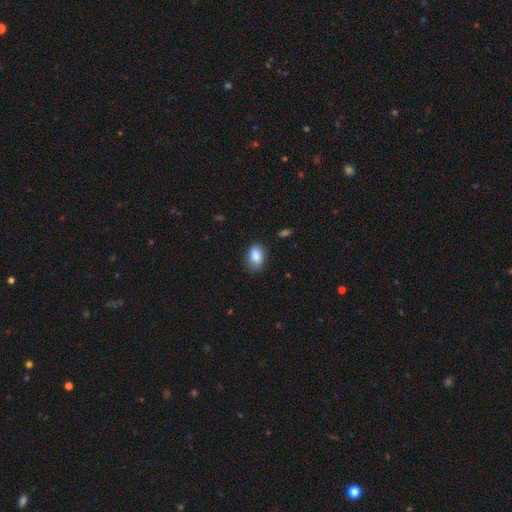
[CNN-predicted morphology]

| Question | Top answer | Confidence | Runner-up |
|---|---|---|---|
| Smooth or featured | smooth | 86% | star or artifact (8%) |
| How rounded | in between | 79% | round (20%) |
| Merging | none | 72% | minor disturbance (21%) |